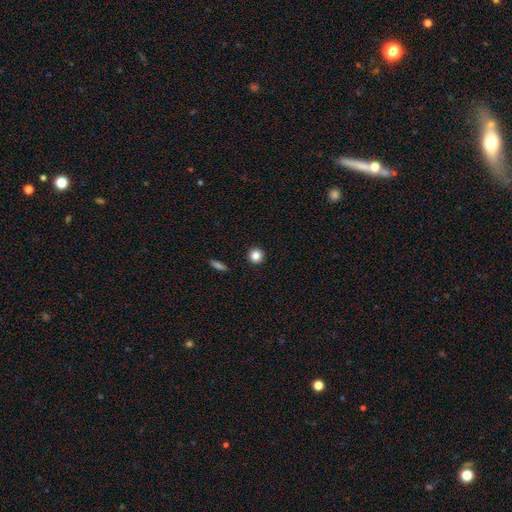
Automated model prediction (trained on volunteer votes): Smooth or featured?
  - smooth: 84% *
  - star or artifact: 10%
  - featured or disk: 5%
How rounded?
  - round: 94% *
  - in between: 5%
  - cigar-shaped: 1%
Merging?
  - none: 92% *
  - minor disturbance: 5%
  - major disturbance: 2%
  - merger: 1%